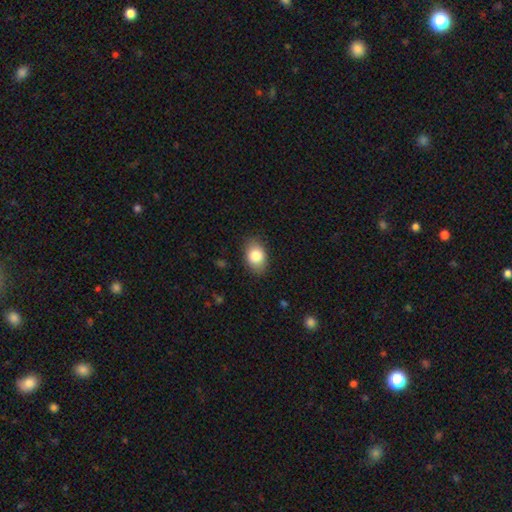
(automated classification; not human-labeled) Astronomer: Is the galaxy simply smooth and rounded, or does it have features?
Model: smooth — 84%.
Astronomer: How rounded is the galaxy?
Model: in between — 80%.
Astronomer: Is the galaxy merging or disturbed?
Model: none — 84%.